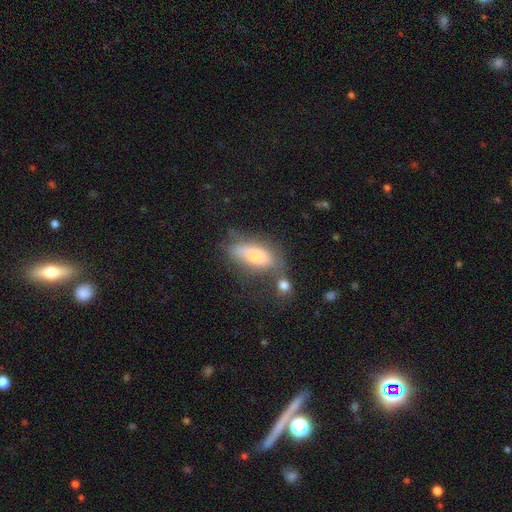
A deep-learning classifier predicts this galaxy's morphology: type=smooth (66%); roundness=in between (72%); merging=none (42%).